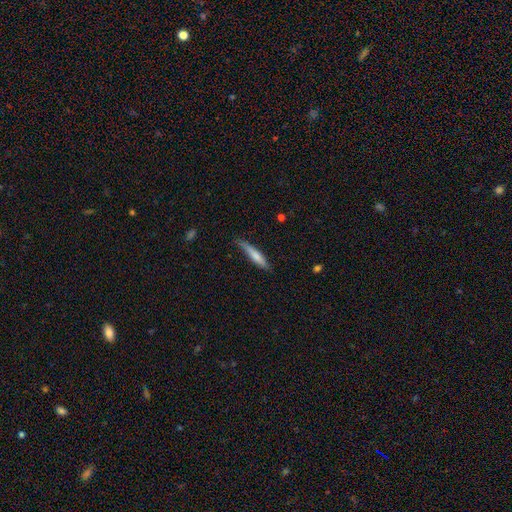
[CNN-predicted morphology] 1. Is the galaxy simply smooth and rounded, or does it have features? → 68% smooth, 27% featured or disk, 6% star or artifact.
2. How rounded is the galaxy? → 89% cigar-shaped, 10% in between, 1% round.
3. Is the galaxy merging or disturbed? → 69% none, 24% minor disturbance, 5% major disturbance, 2% merger.